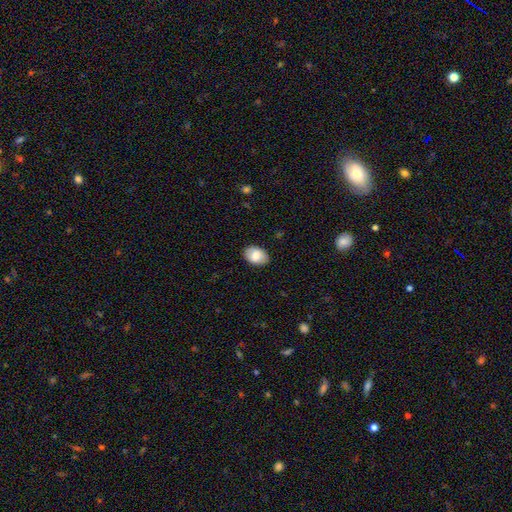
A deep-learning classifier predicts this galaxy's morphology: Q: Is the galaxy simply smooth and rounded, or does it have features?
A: smooth — 81%.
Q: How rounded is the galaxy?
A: in between — 85%.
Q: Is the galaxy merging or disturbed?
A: none — 86%.